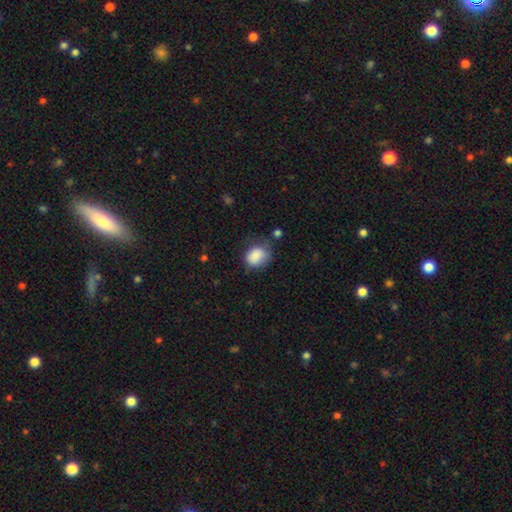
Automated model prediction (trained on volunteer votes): The model was most divided on "how rounded": round: 52%, in between: 47%, cigar-shaped: 1%. More confident: smooth or featured — smooth (84%); merging — none (53%).